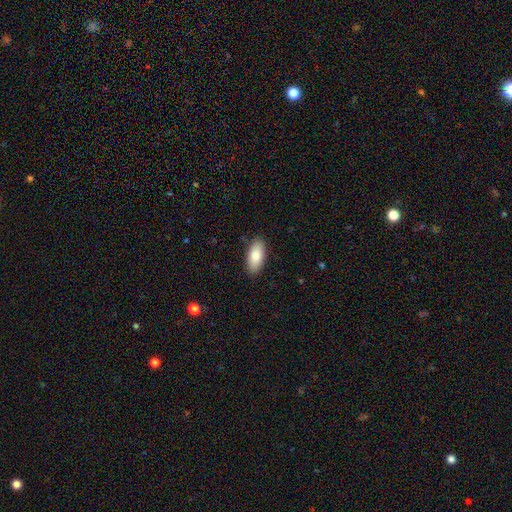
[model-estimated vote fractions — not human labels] The model was most divided on "smooth or featured": smooth: 83%, featured or disk: 10%, star or artifact: 6%. More confident: how rounded — in between (89%); merging — none (88%).